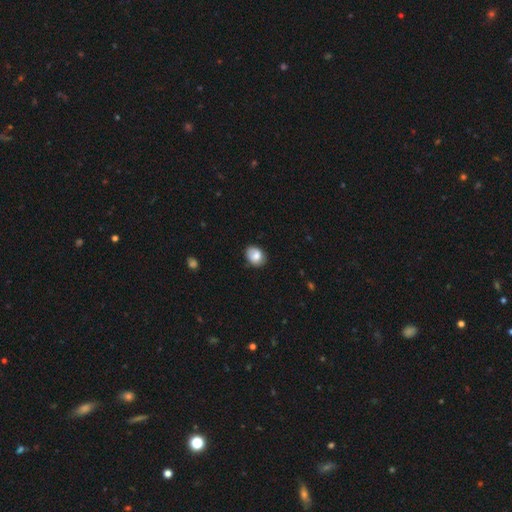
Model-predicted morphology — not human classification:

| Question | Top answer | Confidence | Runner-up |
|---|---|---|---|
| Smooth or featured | smooth | 79% | featured or disk (13%) |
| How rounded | in between | 60% | round (39%) |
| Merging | none | 75% | minor disturbance (20%) |